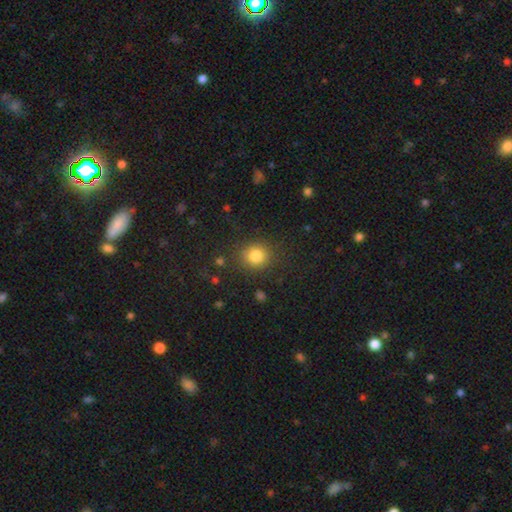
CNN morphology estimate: Smooth or featured: smooth — 83% (star or artifact — 12%)
How rounded: round — 84% (in between — 15%)
Merging: none — 86% (minor disturbance — 9%)